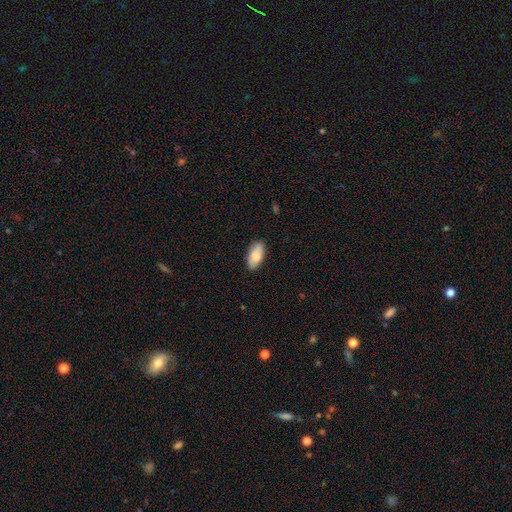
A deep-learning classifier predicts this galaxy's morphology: smooth_or_featured: smooth (p=0.75) [alt: featured or disk p=0.19]
how_rounded: in between (p=0.91) [alt: cigar-shaped p=0.06]
merging: none (p=0.86) [alt: minor disturbance p=0.11]